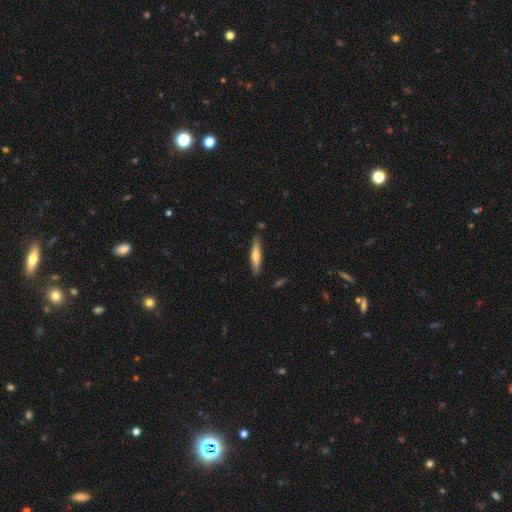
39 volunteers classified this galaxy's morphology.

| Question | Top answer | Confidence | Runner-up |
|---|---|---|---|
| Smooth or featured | featured or disk | 56% | smooth (44%) |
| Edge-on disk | yes | 100% | — |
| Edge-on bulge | rounded | 73% | none (27%) |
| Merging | none | 90% | minor disturbance (10%) |